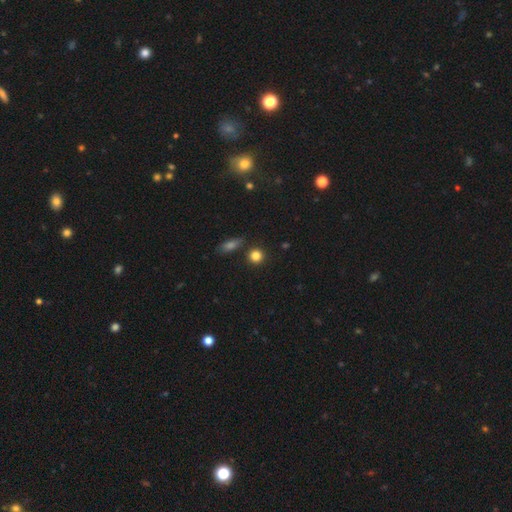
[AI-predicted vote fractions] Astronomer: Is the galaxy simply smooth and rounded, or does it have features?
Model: smooth — 83%.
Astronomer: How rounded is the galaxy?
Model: round — 89%.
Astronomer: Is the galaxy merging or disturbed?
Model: none — 84%.